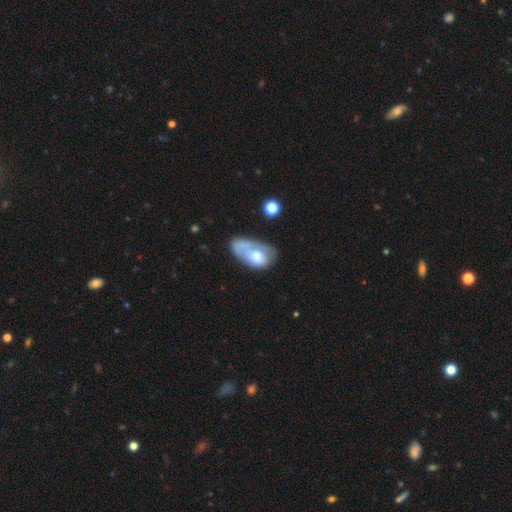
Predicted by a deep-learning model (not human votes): This is possibly a smooth galaxy (53%). How rounded: clearly in between (91%). Merging: marginally major disturbance (30%).